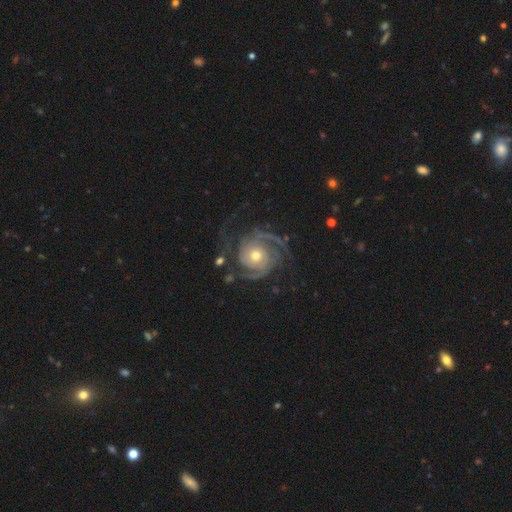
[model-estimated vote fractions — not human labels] A featured or disk galaxy (92%) with no bar (79%), 3 (37%) tight (56%) spiral arms (98%) and a moderate central bulge (65%). Merging: none (67%).